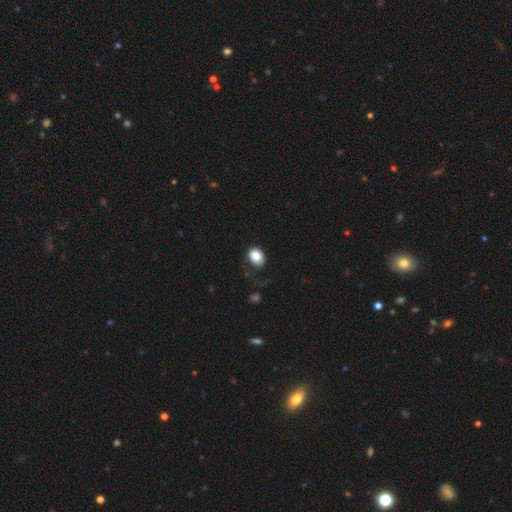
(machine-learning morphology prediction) A smooth galaxy with no disk features (84%) that is in between round and cigar-shaped (60%). Merging: none (75%).